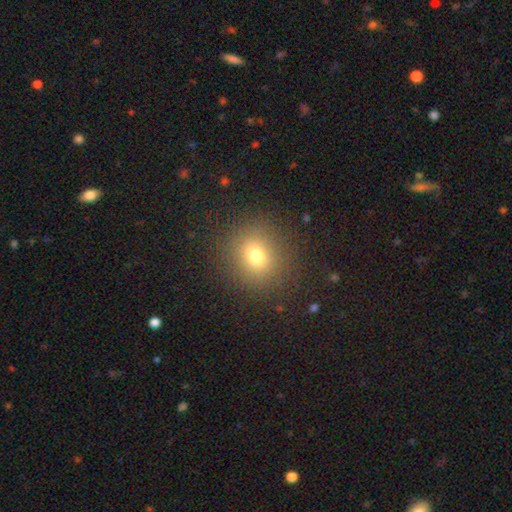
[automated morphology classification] Smooth or featured?
  - smooth: 74% *
  - star or artifact: 16%
  - featured or disk: 10%
How rounded?
  - round: 82% *
  - in between: 17%
  - cigar-shaped: 1%
Merging?
  - none: 89% *
  - minor disturbance: 7%
  - major disturbance: 3%
  - merger: 1%